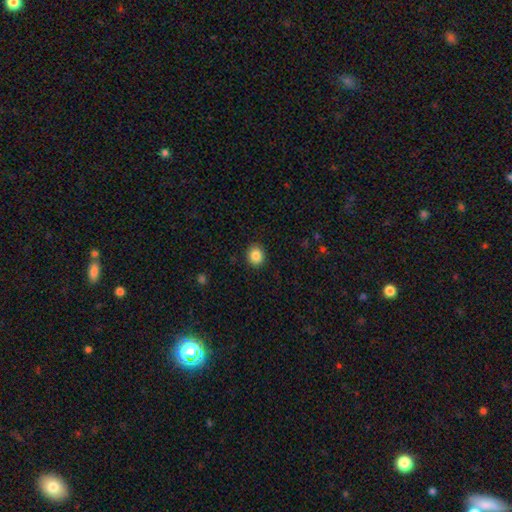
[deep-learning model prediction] Smooth or featured? smooth (86%)
How rounded? round (80%)
Merging? none (91%)